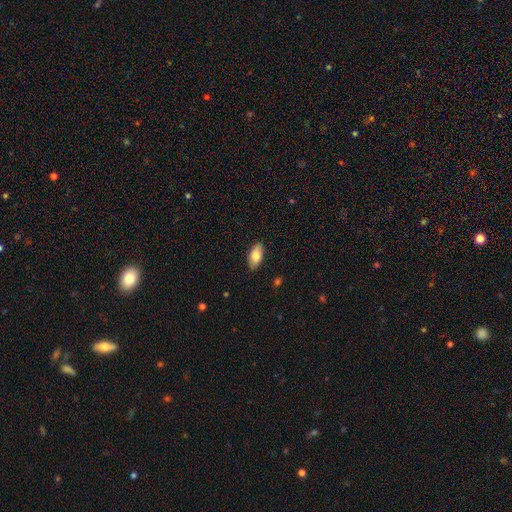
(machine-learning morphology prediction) smooth_or_featured: smooth (p=0.82) [alt: featured or disk p=0.12]
how_rounded: in between (p=0.91) [alt: cigar-shaped p=0.06]
merging: none (p=0.88) [alt: minor disturbance p=0.10]